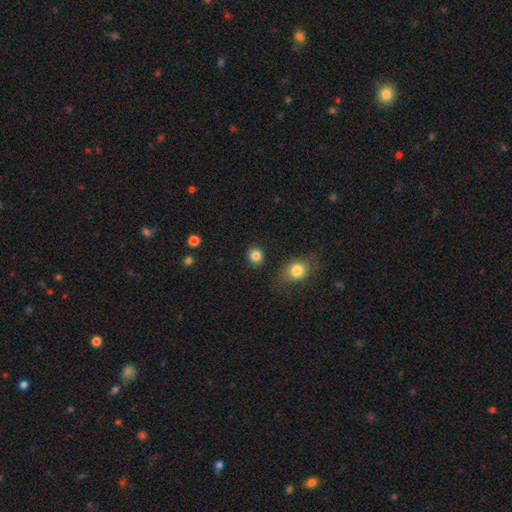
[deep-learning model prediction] smooth_or_featured: smooth (p=0.85) [alt: star or artifact p=0.11]
how_rounded: round (p=0.80) [alt: in between p=0.19]
merging: none (p=0.85) [alt: minor disturbance p=0.09]